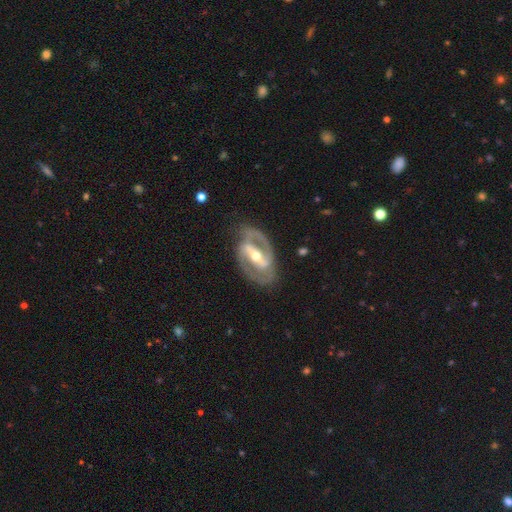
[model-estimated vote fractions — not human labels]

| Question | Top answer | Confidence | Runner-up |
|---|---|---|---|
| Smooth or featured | featured or disk | 89% | smooth (7%) |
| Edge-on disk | no | 96% | yes (4%) |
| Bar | strong | 62% | weak (26%) |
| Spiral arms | yes | 92% | no (8%) |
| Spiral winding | medium | 51% | tight (36%) |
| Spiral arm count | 2 | 90% | can't tell (4%) |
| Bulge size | moderate | 63% | small (32%) |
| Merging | none | 77% | minor disturbance (15%) |